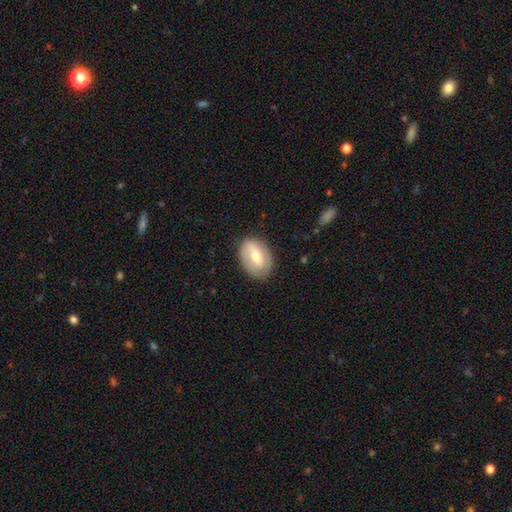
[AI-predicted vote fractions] Morphology: type=smooth (48%); merging=none (82%).